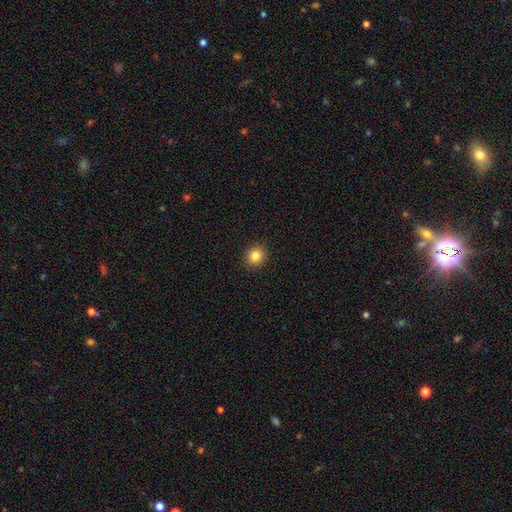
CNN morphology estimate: This is clearly a smooth galaxy (84%). How rounded: clearly round (82%). Merging: clearly none (92%).